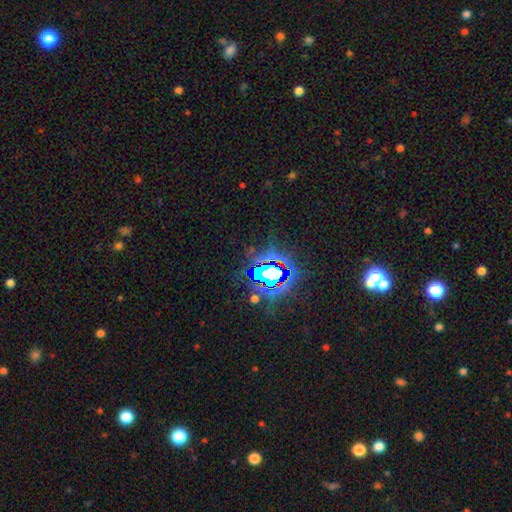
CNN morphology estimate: Q: Smooth or featured?
A: star or artifact (83%); runner-up: smooth (10%)